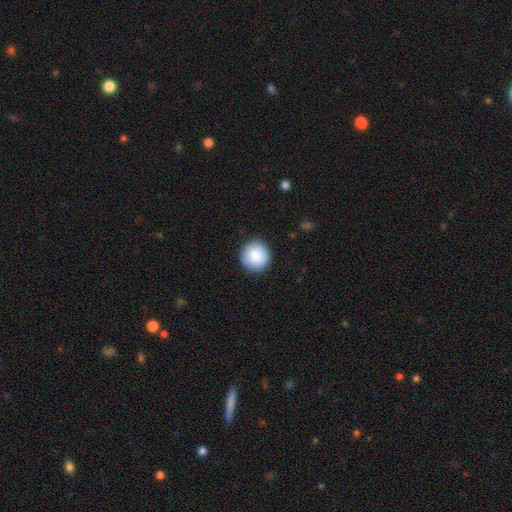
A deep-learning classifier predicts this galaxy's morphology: Smooth or featured? smooth (88%)
How rounded? round (93%)
Merging? none (91%)